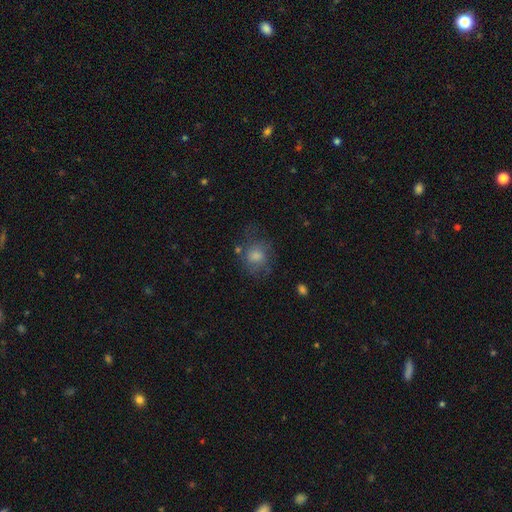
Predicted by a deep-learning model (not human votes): Overall: smooth (55%; featured or disk 30%). How rounded: round (69%; in between 29%). Merging: none (61%; minor disturbance 21%).